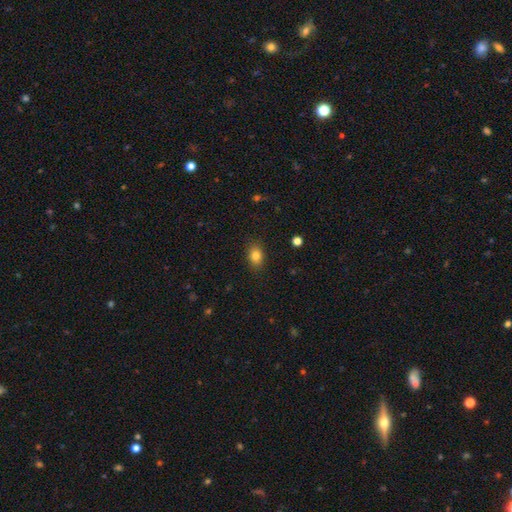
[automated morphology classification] Smooth or featured? Predicted: smooth (p=0.82). How rounded? Predicted: in between (p=0.71). Merging? Predicted: none (p=0.86).